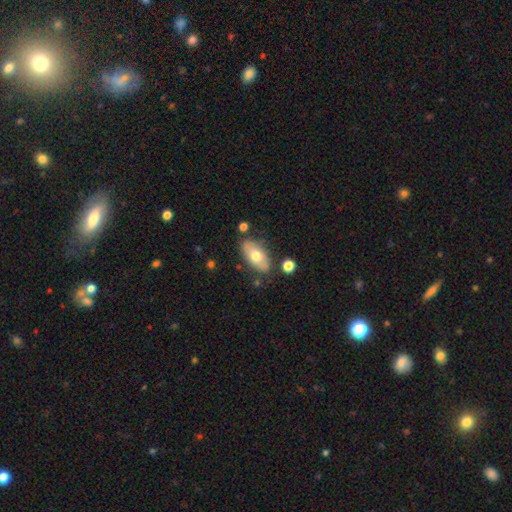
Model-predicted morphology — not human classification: smooth_or_featured: smooth (p=0.65) [alt: featured or disk p=0.28]
how_rounded: in between (p=0.90) [alt: cigar-shaped p=0.06]
merging: none (p=0.77) [alt: minor disturbance p=0.15]